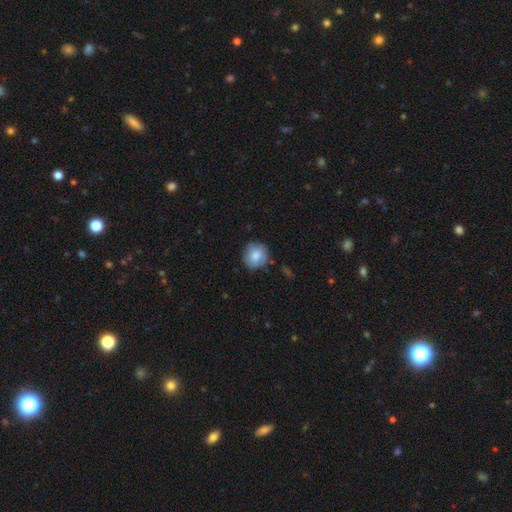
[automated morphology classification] smooth 81%, featured or disk 12%, star or artifact 7%. Down the decision tree: how rounded — round (89%); merging — none (82%).